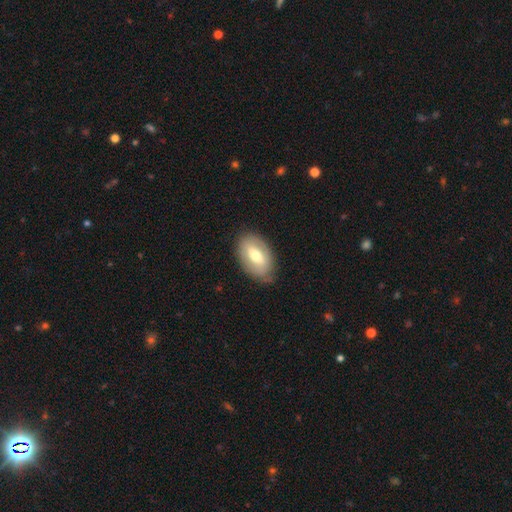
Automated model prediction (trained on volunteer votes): A smooth galaxy with no disk features (55%) that is in between round and cigar-shaped (91%). Merging: none (78%).